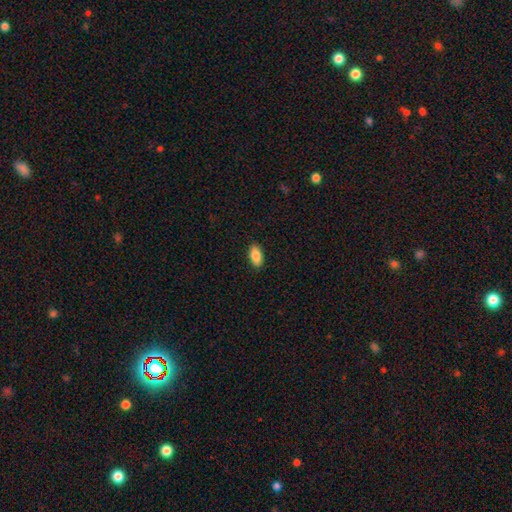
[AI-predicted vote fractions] This appears to be a smooth galaxy with no disk features (88%) that is in between round and cigar-shaped (93%). Merging: none (90%).